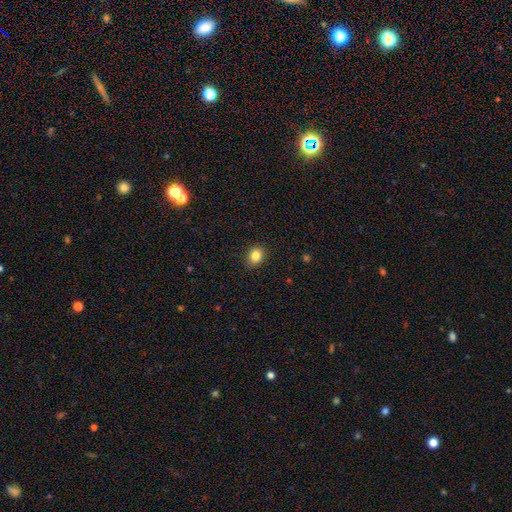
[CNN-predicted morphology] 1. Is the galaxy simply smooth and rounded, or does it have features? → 84% smooth, 11% star or artifact, 5% featured or disk.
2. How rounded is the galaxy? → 61% round, 39% in between, 1% cigar-shaped.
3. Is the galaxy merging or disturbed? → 89% none, 8% minor disturbance, 2% major disturbance, 1% merger.